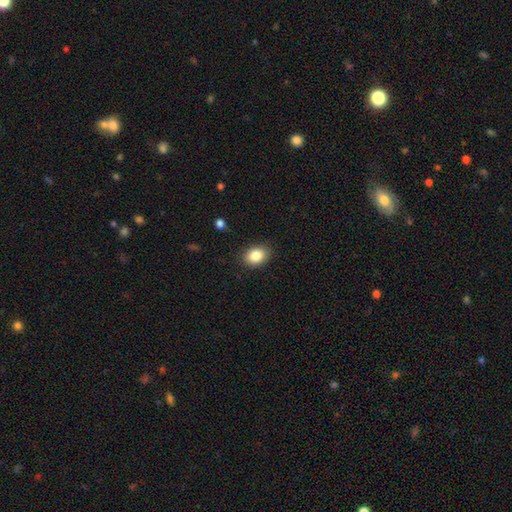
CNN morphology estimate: This is clearly a smooth galaxy (85%). How rounded: likely in between (71%). Merging: clearly none (86%).